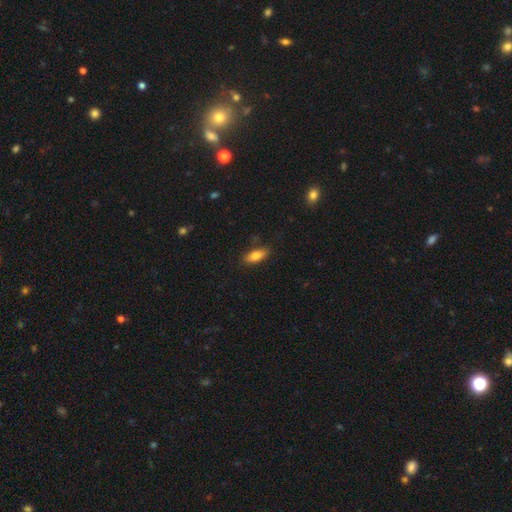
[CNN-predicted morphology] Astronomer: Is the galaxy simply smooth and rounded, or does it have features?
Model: smooth — 81%.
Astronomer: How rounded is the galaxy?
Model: in between — 78%.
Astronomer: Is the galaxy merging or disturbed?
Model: none — 82%.